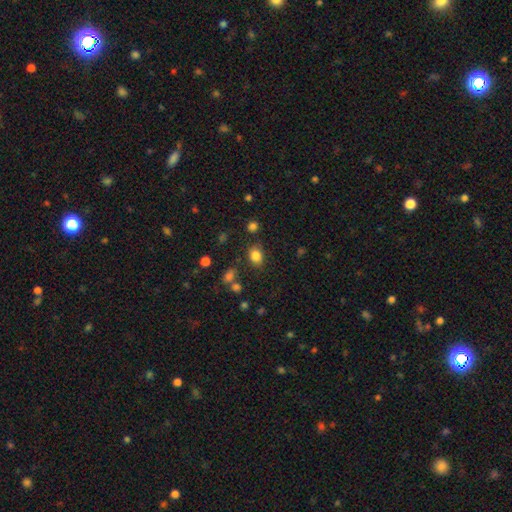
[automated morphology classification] smooth 83%, star or artifact 12%, featured or disk 6%. Down the decision tree: how rounded — in between (60%); merging — none (77%).